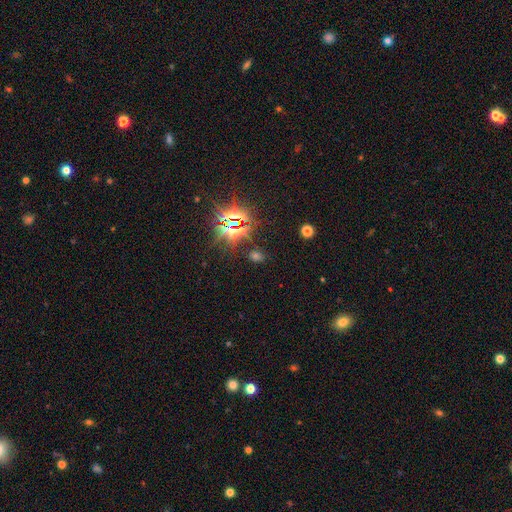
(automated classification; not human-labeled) A star or artifact, not a galaxy (57%).